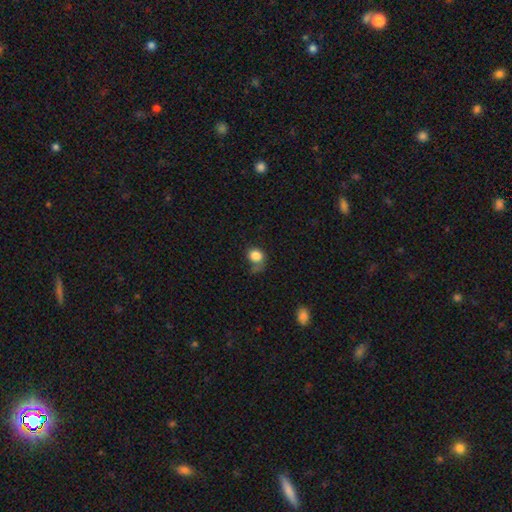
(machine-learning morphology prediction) The model was most divided on "merging": none: 44%, minor disturbance: 28%, major disturbance: 21%, merger: 7%. More confident: smooth or featured — smooth (83%); how rounded — round (68%).